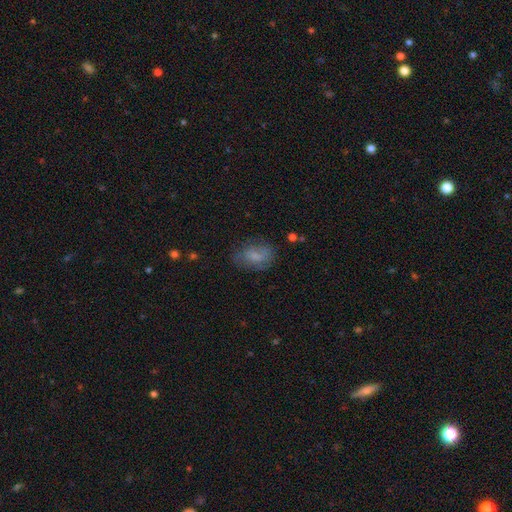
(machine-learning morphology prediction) type=smooth (67%); roundness=in between (79%); merging=none (63%).